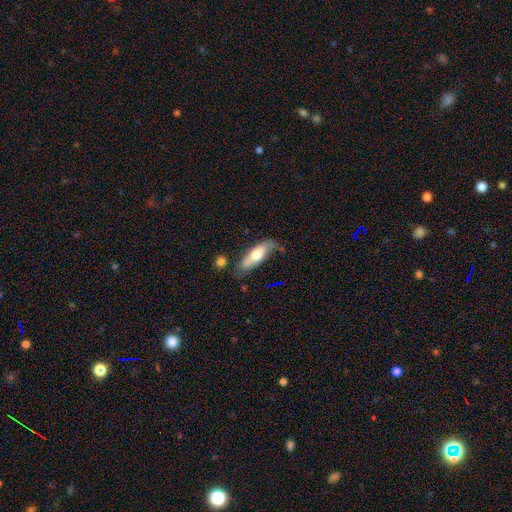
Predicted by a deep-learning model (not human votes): A smooth galaxy with no disk features (62%) that is in between round and cigar-shaped (58%). Merging: none (57%).